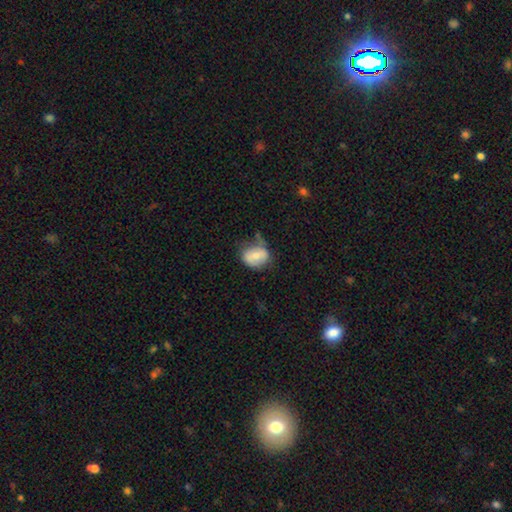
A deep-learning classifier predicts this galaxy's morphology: A smooth galaxy with no disk features (64%) that is in between round and cigar-shaped (53%). Merging: none (48%).